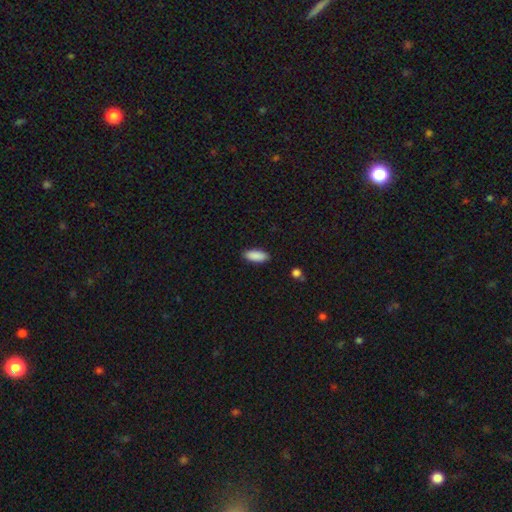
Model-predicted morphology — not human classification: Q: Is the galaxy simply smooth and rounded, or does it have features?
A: smooth — 90%.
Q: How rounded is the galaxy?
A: in between — 81%.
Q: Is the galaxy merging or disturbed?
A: none — 88%.